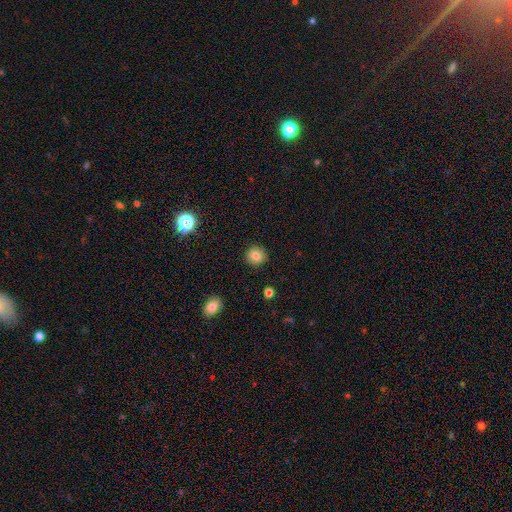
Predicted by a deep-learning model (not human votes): smooth-or-featured: smooth: 80% | star or artifact: 11% | featured or disk: 9%
  how-rounded: round: 91% | in between: 8% | cigar-shaped: 1%
  merging: none: 91% | minor disturbance: 6% | major disturbance: 2% | merger: 1%